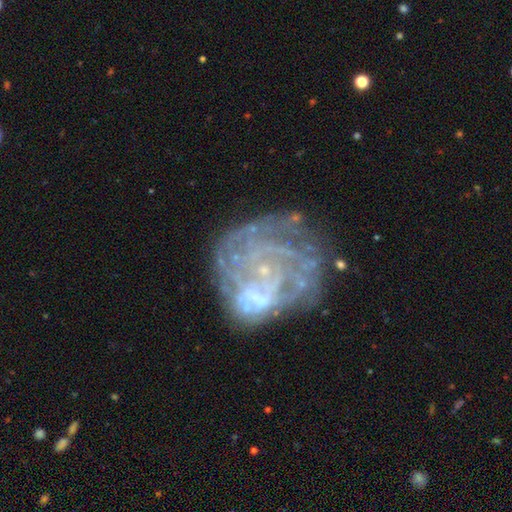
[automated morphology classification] Smooth or featured? featured or disk (76%)
Edge-on disk? no (98%)
Bar? no (78%)
Spiral arms? yes (60%)
Bulge size? small (46%)
Merging? none (45%)